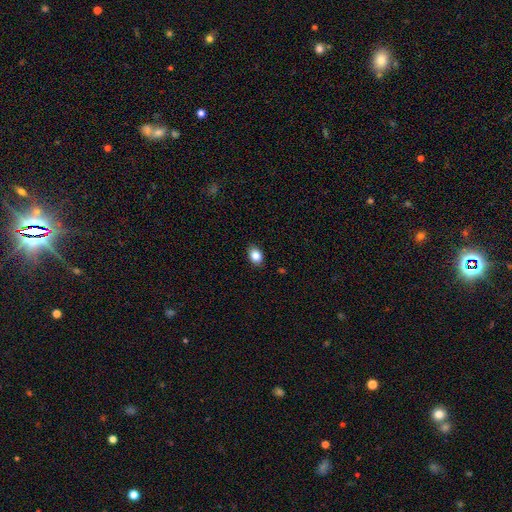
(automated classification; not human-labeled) This appears to be a smooth galaxy with no disk features (86%) that is in between round and cigar-shaped (71%). Merging: none (88%).